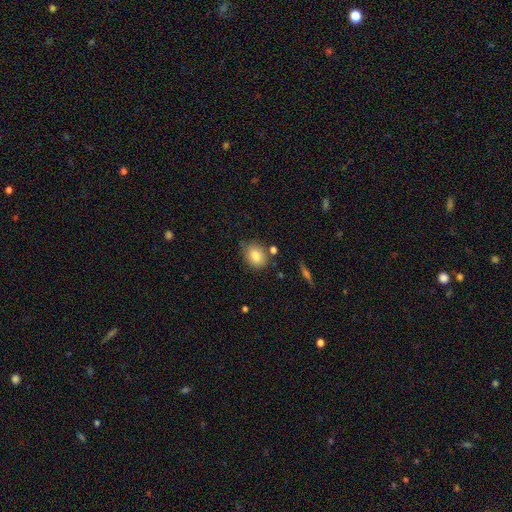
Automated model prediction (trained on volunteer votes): This appears to be a smooth galaxy with no disk features (82%) that is in between round and cigar-shaped (59%). Merging: none (71%).